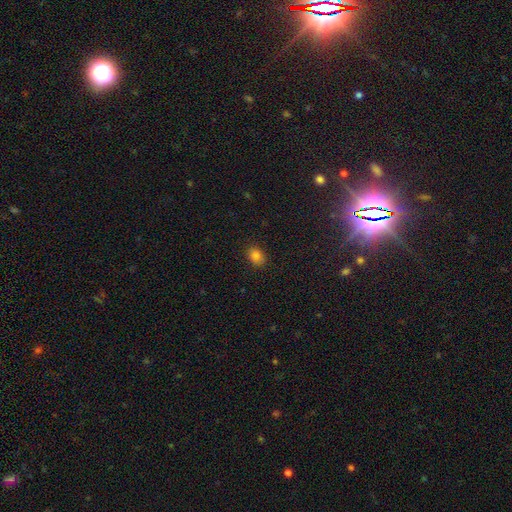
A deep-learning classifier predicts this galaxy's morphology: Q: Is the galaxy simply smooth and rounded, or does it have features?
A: smooth — 82%.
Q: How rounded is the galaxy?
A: in between — 57%.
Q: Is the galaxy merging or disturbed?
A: none — 87%.